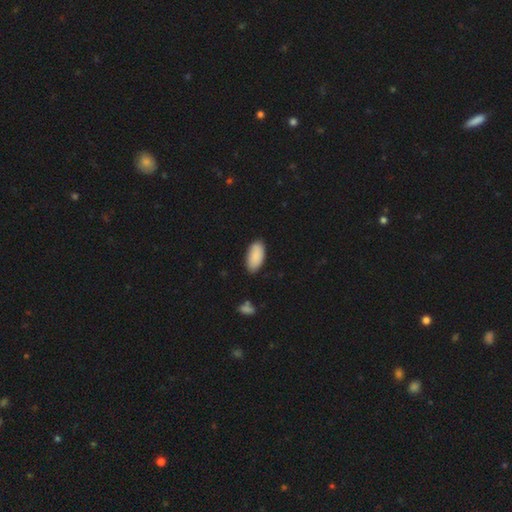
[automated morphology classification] smooth_or_featured: smooth (p=0.90) [alt: star or artifact p=0.06]
how_rounded: in between (p=0.94) [alt: cigar-shaped p=0.04]
merging: none (p=0.84) [alt: minor disturbance p=0.13]